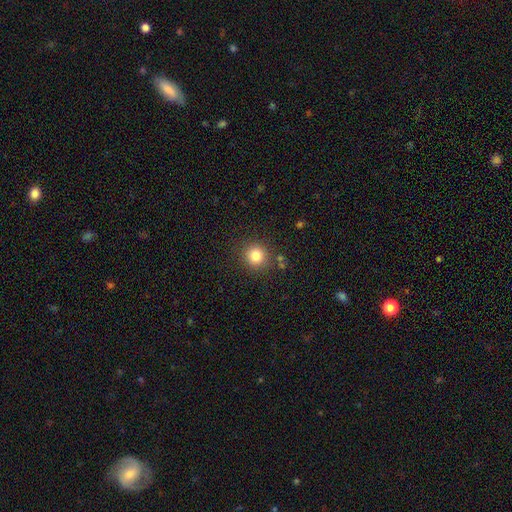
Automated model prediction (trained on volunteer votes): smooth 82%, star or artifact 12%, featured or disk 6%. Down the decision tree: how rounded — round (92%); merging — none (86%).